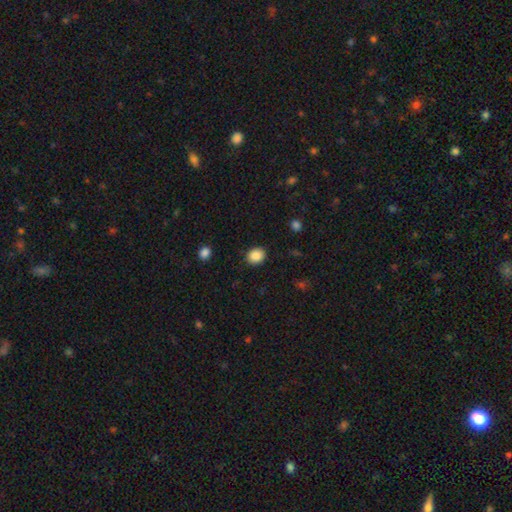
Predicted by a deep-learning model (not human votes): A smooth galaxy with no disk features (87%) that is round (65%). Merging: none (88%).